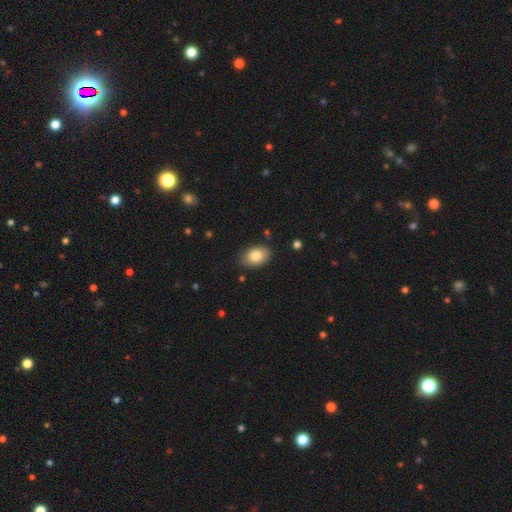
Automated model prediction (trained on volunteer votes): smooth_or_featured: smooth (p=0.83) [alt: featured or disk p=0.10]
how_rounded: in between (p=0.88) [alt: round p=0.11]
merging: none (p=0.83) [alt: minor disturbance p=0.13]